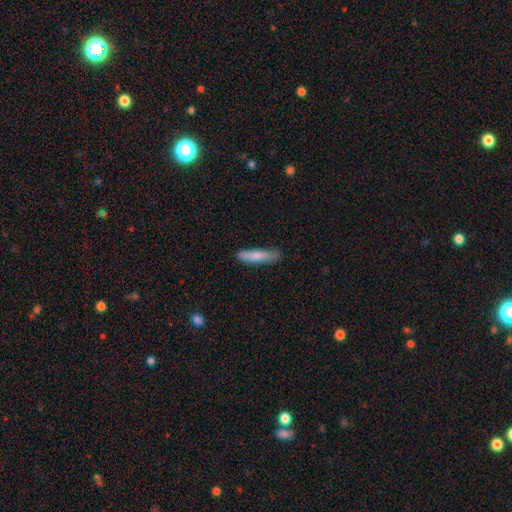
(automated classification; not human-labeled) Smooth or featured: smooth — 78% (featured or disk — 16%)
How rounded: cigar-shaped — 84% (in between — 15%)
Merging: none — 80% (minor disturbance — 16%)